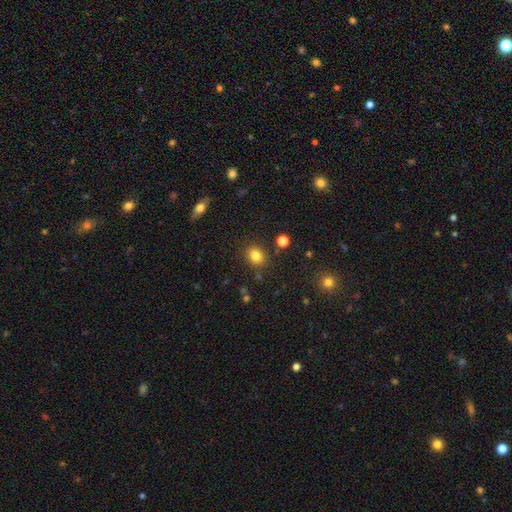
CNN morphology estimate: The model was most divided on "how rounded": round: 58%, in between: 41%, cigar-shaped: 1%. More confident: merging — none (85%); smooth or featured — smooth (82%).